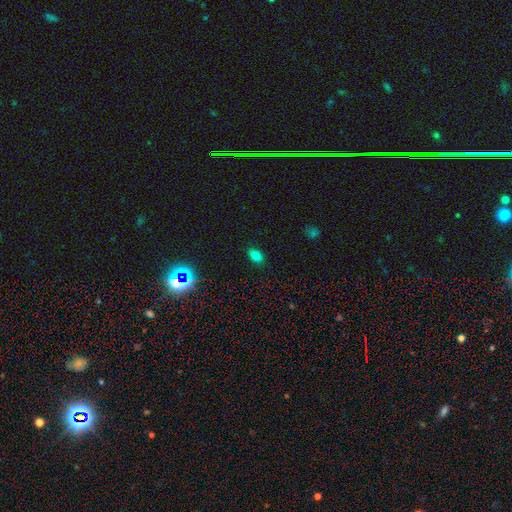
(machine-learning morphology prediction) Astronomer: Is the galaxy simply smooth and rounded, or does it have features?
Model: smooth — 77%.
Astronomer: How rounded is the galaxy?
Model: in between — 87%.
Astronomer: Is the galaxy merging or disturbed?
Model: none — 88%.